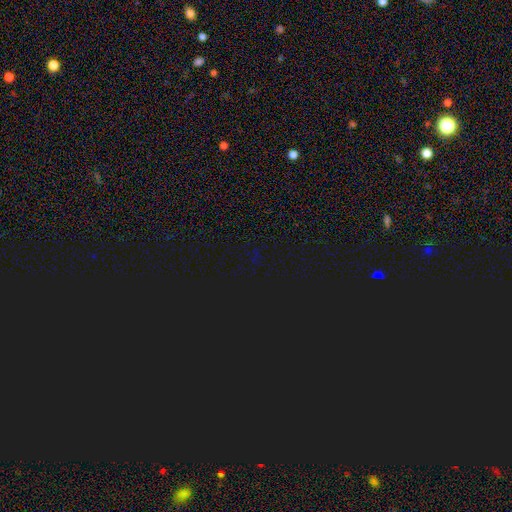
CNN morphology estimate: This is likely a star or artifact rather than a galaxy (80%).